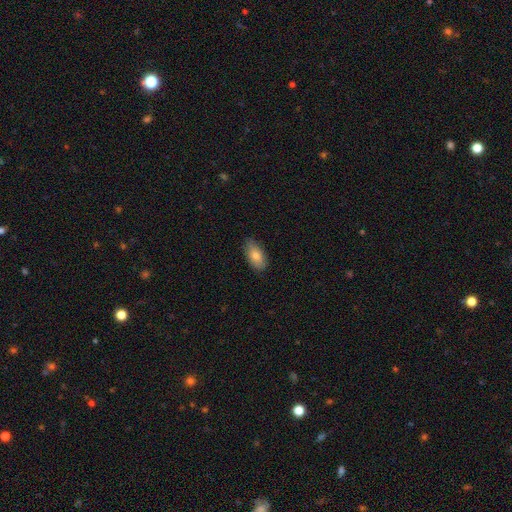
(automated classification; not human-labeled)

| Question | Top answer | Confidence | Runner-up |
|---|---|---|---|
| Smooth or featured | smooth | 80% | featured or disk (13%) |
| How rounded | in between | 92% | cigar-shaped (4%) |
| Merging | none | 81% | minor disturbance (16%) |